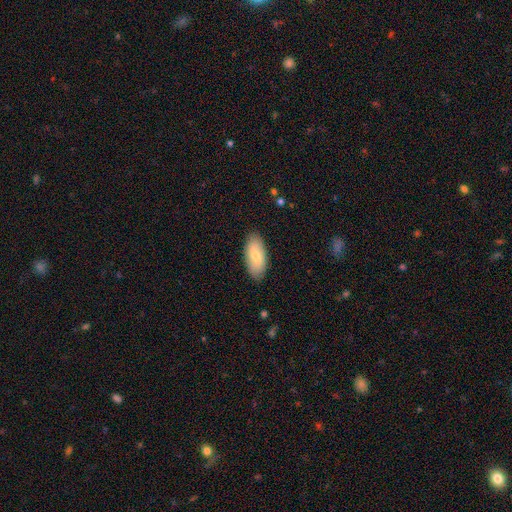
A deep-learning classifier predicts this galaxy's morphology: This appears to be a smooth galaxy with no disk features (68%) that is in between round and cigar-shaped (90%). Merging: none (86%).